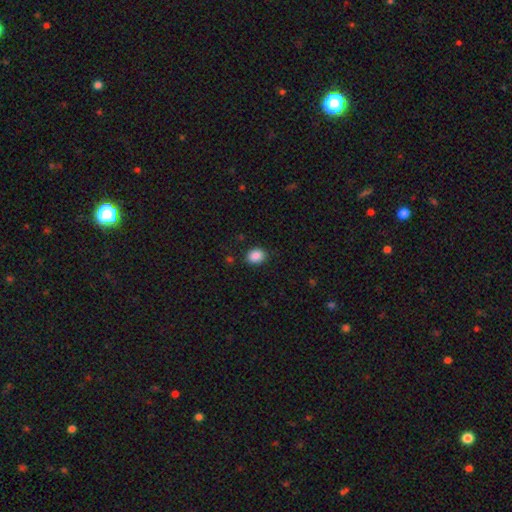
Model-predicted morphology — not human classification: This is clearly a smooth galaxy (88%). How rounded: possibly in between (54%). Merging: clearly none (87%).